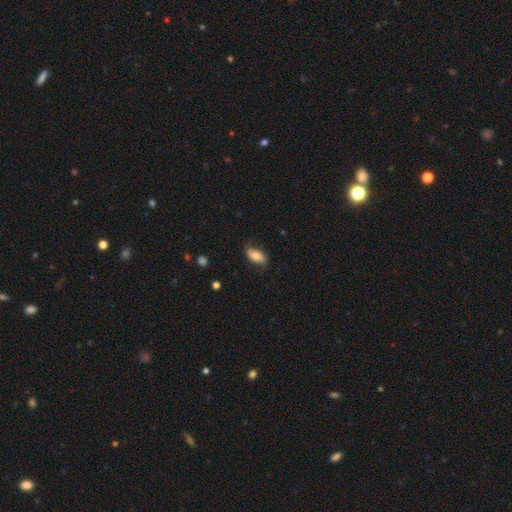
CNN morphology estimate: Smooth or featured? Predicted: smooth (p=0.67). How rounded? Predicted: in between (p=0.89). Merging? Predicted: none (p=0.70).